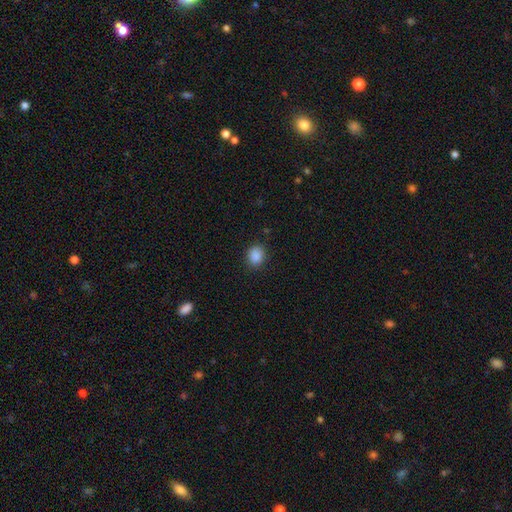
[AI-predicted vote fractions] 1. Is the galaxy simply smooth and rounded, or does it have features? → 88% smooth, 9% star or artifact, 3% featured or disk.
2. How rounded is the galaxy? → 60% round, 39% in between, 1% cigar-shaped.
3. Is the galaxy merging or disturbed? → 86% none, 10% minor disturbance, 3% major disturbance, 1% merger.